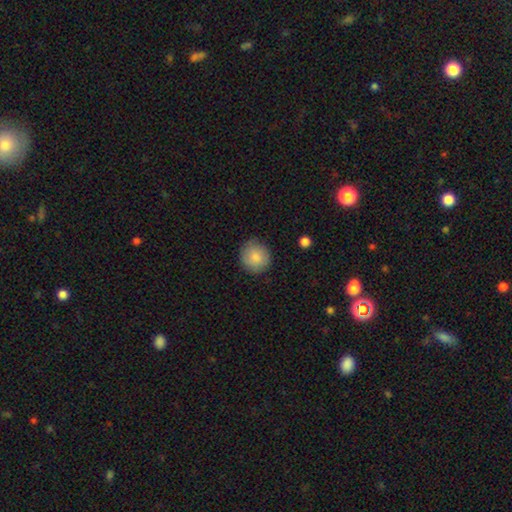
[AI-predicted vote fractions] smooth-or-featured: smooth: 84% | star or artifact: 8% | featured or disk: 8%
  how-rounded: round: 93% | in between: 7% | cigar-shaped: 1%
  merging: none: 88% | minor disturbance: 9% | major disturbance: 2% | merger: 1%